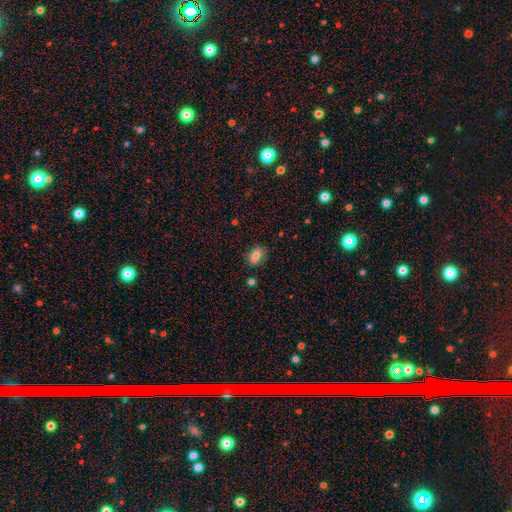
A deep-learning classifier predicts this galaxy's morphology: Q: Smooth or featured?
A: smooth (75%); runner-up: featured or disk (14%)
Q: How rounded?
A: in between (72%); runner-up: round (25%)
Q: Merging?
A: none (75%); runner-up: minor disturbance (16%)